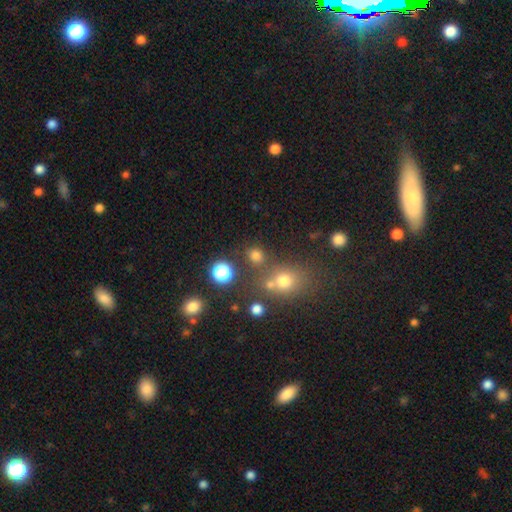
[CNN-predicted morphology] smooth-or-featured: smooth: 73% | star or artifact: 20% | featured or disk: 7%
  how-rounded: round: 79% | in between: 20% | cigar-shaped: 1%
  merging: none: 72% | merger: 15% | minor disturbance: 9% | major disturbance: 5%